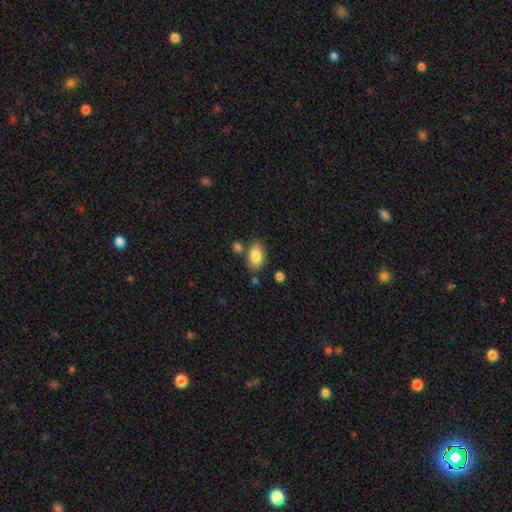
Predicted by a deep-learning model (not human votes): A smooth galaxy with no disk features (85%) that is in between round and cigar-shaped (88%).

Vote fractions:
- Smooth or featured? smooth: 85% / featured or disk: 8% / star or artifact: 7%
- How rounded? in between: 88% / round: 10% / cigar-shaped: 1%
- Merging? none: 72% / minor disturbance: 15% / merger: 9% / major disturbance: 4%